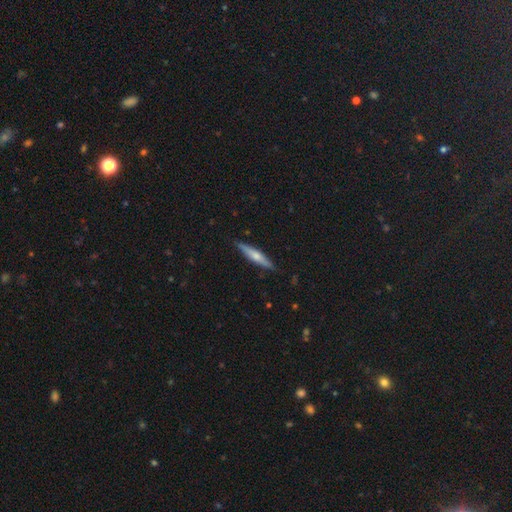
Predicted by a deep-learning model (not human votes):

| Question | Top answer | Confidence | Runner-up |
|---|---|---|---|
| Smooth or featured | featured or disk | 53% | smooth (42%) |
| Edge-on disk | yes | 95% | no (5%) |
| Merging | none | 87% | minor disturbance (10%) |